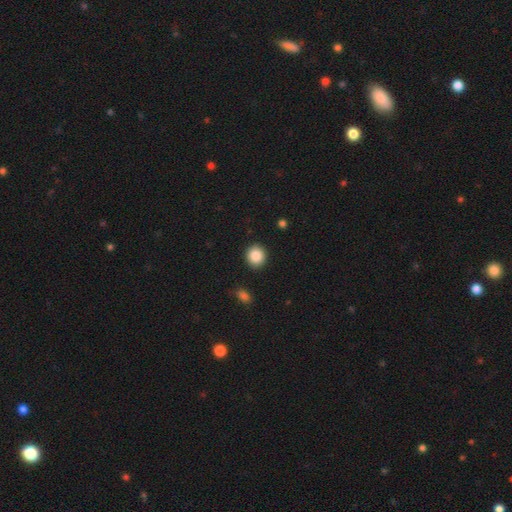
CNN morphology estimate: Smooth or featured? smooth (88%)
How rounded? round (81%)
Merging? none (91%)